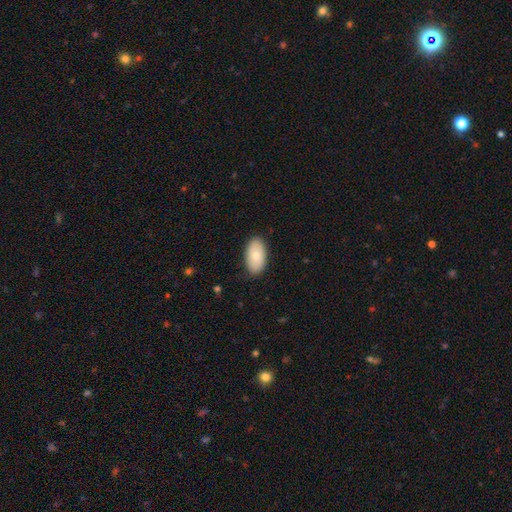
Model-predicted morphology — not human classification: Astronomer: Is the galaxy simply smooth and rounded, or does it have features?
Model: smooth — 82%.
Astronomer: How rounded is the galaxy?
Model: in between — 95%.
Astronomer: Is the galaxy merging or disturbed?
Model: none — 85%.